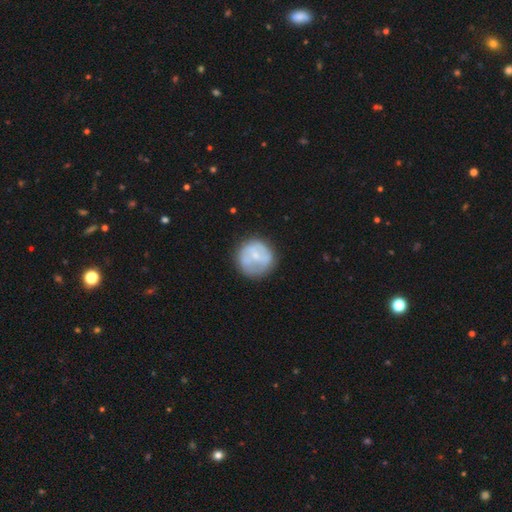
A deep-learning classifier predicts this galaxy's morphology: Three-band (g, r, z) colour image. It shows a smooth galaxy with no disk features (54%) that is round (92%). Merging: none (70%).